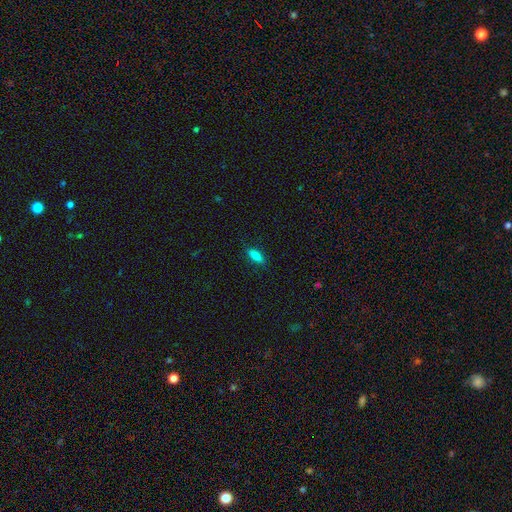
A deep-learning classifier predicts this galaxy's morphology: A smooth galaxy with no disk features (83%) that is in between round and cigar-shaped (63%).

Vote fractions:
- Smooth or featured? smooth: 83% / featured or disk: 9% / star or artifact: 8%
- How rounded? in between: 63% / cigar-shaped: 34% / round: 3%
- Merging? none: 86% / minor disturbance: 10% / major disturbance: 2% / merger: 1%